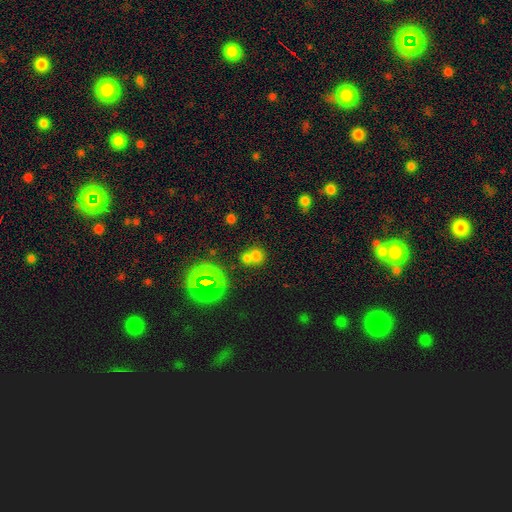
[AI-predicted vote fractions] This is likely a smooth galaxy (62%). How rounded: likely round (80%). Merging: possibly merger (49%).